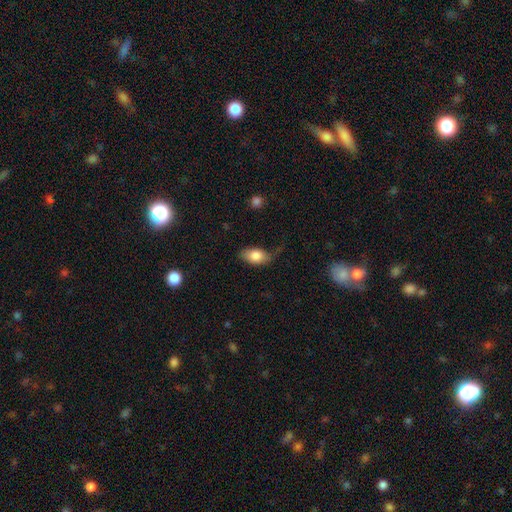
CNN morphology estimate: Smooth or featured? Predicted: smooth (p=0.81). How rounded? Predicted: in between (p=0.91). Merging? Predicted: none (p=0.60).